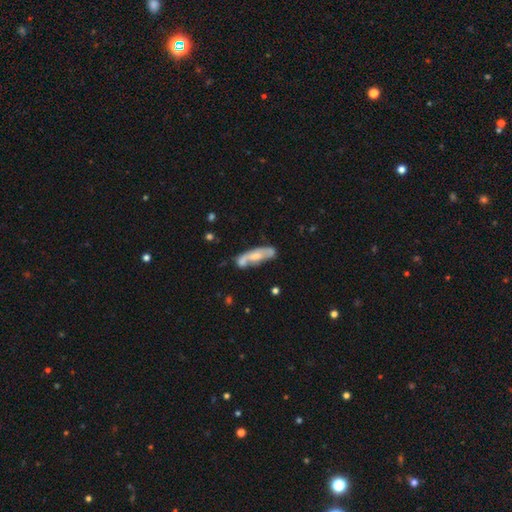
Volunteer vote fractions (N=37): featured or disk 59%, smooth 35%, star or artifact 5%. Down the decision tree: edge-on disk — no (82%); bar — no (50%); spiral arms — yes (83%); spiral arm count — 2 (67%); spiral winding — loose (47%); bulge size — moderate (61%); merging — none (54%).